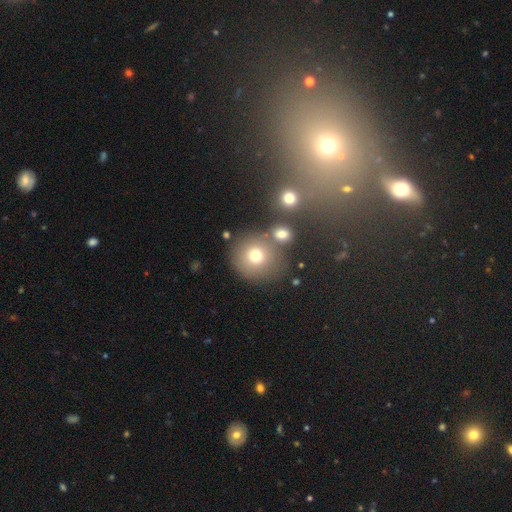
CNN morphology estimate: type=smooth (74%); roundness=round (88%); merging=none (63%).